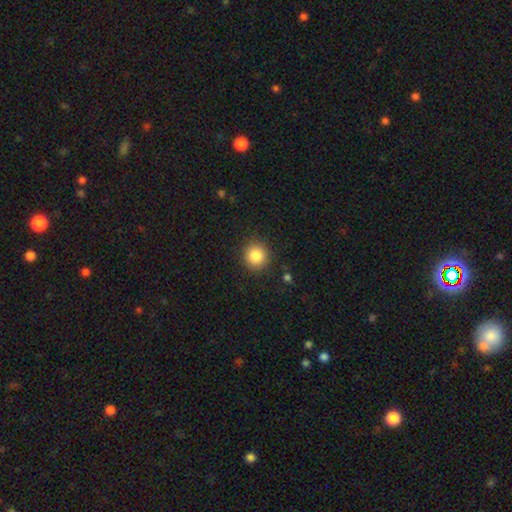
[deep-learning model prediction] smooth-or-featured: smooth: 85% | star or artifact: 10% | featured or disk: 5%
  how-rounded: round: 91% | in between: 8% | cigar-shaped: 1%
  merging: none: 89% | minor disturbance: 7% | major disturbance: 2% | merger: 1%